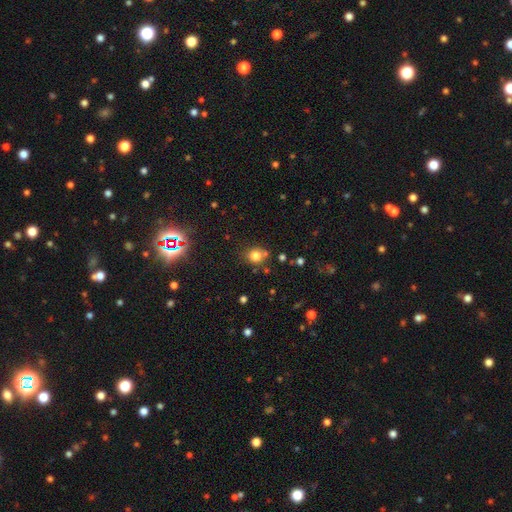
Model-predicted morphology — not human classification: Q: Smooth or featured?
A: smooth (77%); runner-up: star or artifact (15%)
Q: How rounded?
A: round (81%); runner-up: in between (18%)
Q: Merging?
A: none (71%); runner-up: minor disturbance (13%)